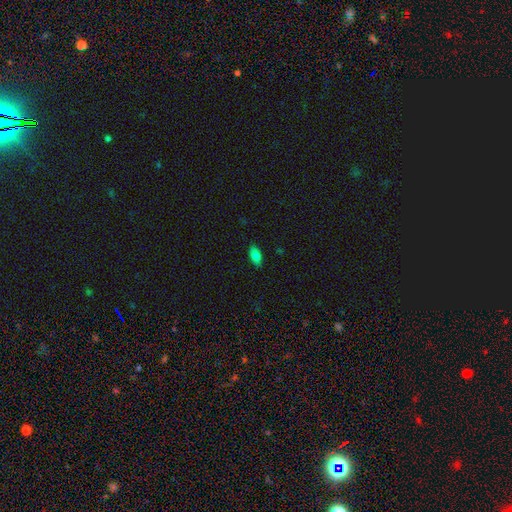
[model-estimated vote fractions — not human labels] Q: Smooth or featured?
A: smooth (82%); runner-up: featured or disk (10%)
Q: How rounded?
A: in between (89%); runner-up: cigar-shaped (8%)
Q: Merging?
A: none (86%); runner-up: minor disturbance (10%)